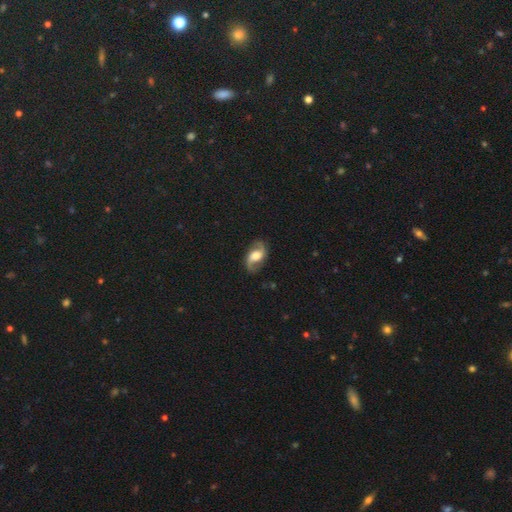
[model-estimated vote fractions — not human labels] smooth-or-featured: featured or disk: 83% | smooth: 12% | star or artifact: 6%
  disk-edge-on: no: 97% | yes: 3%
    bar: no: 42% | weak: 41% | strong: 17%
    has-spiral-arms: yes: 95% | no: 5%
      spiral-winding: loose: 50% | medium: 39% | tight: 10%
      spiral-arm-count: 2: 94% | can't tell: 2% | 1: 1% | 3: 1% | 4: 1% | more than 4: 1%
    bulge-size: moderate: 50% | large: 37% | small: 7% | dominant: 3% | none: 3%
  merging: none: 83% | minor disturbance: 11% | major disturbance: 4% | merger: 1%